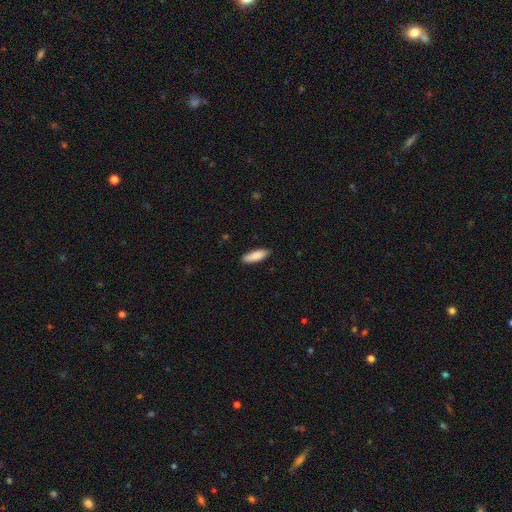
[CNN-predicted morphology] The model was most divided on "how rounded": in between: 54%, cigar-shaped: 45%, round: 2%. More confident: smooth or featured — smooth (87%); merging — none (85%).